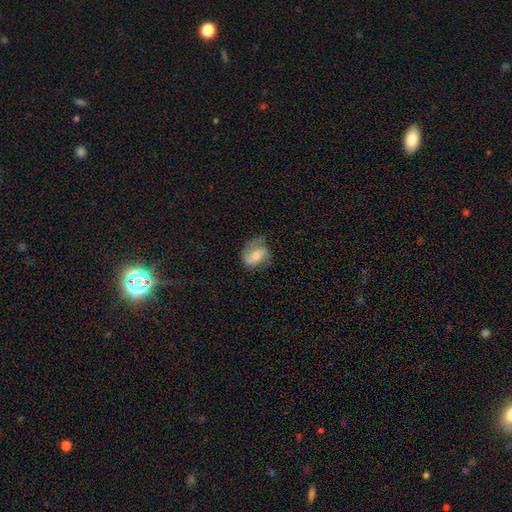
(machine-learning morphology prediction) Smooth or featured?
  - featured or disk: 67% *
  - smooth: 26%
  - star or artifact: 7%
Edge-on disk?
  - no: 97% *
  - yes: 3%
Bar?
  - weak: 44% *
  - no: 36%
  - strong: 20%
Spiral arms?
  - yes: 91% *
  - no: 9%
Spiral winding?
  - medium: 45% *
  - loose: 34%
  - tight: 22%
Spiral arm count?
  - 2: 74% *
  - 1: 16%
  - can't tell: 7%
  - 3: 2%
  - 4: 1%
  - more than 4: 1%
Bulge size?
  - moderate: 56% *
  - small: 34%
  - large: 5%
  - none: 3%
  - dominant: 1%
Merging?
  - none: 60% *
  - minor disturbance: 25%
  - major disturbance: 13%
  - merger: 2%